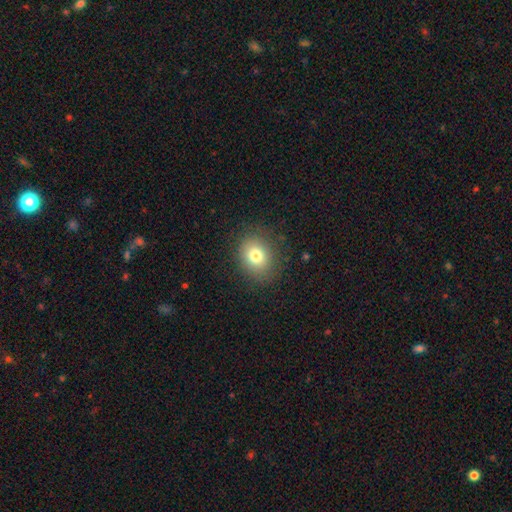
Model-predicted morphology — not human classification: This is likely a smooth galaxy (78%). How rounded: likely round (65%). Merging: clearly none (86%).